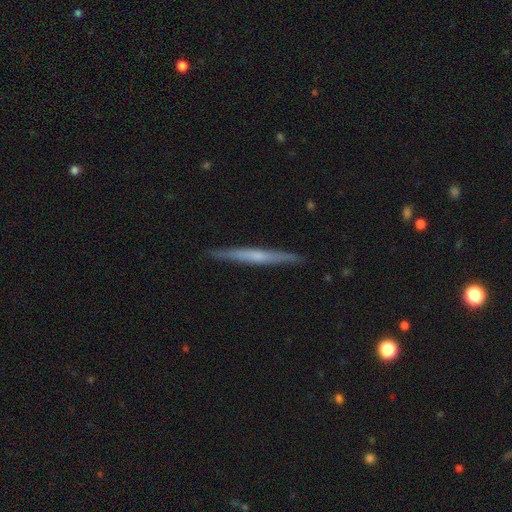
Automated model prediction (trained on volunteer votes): smooth-or-featured: featured or disk: 57% | smooth: 38% | star or artifact: 6%
  disk-edge-on: yes: 97% | no: 3%
    edge-on-bulge: none: 60% | rounded: 31% | boxy: 8%
  merging: none: 91% | minor disturbance: 7% | major disturbance: 1% | merger: 1%